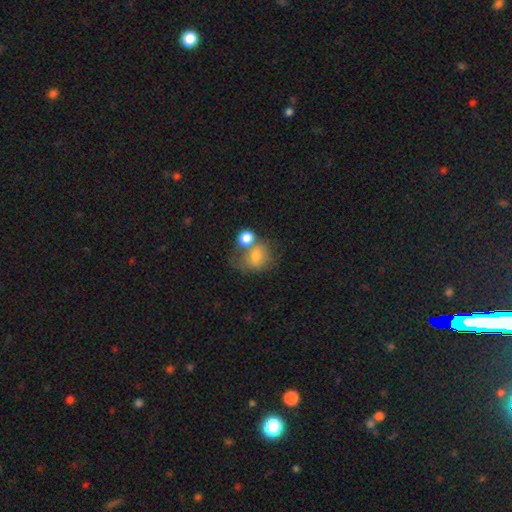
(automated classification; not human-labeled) smooth_or_featured: smooth (p=0.71) [alt: featured or disk p=0.18]
how_rounded: round (p=0.57) [alt: in between p=0.42]
merging: merger (p=0.42) [alt: none p=0.31]